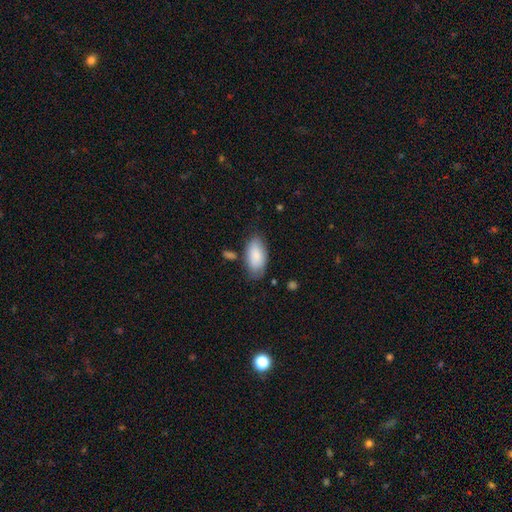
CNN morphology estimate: Overall: smooth (86%). How rounded: in between (94%). Merging: none (73%).